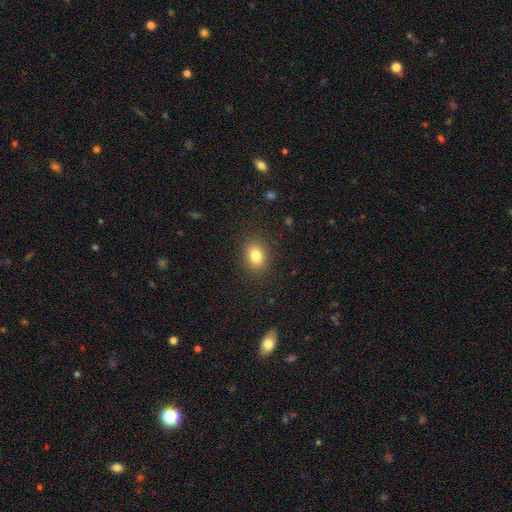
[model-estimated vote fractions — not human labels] Smooth or featured? smooth (82%)
How rounded? in between (64%)
Merging? none (88%)